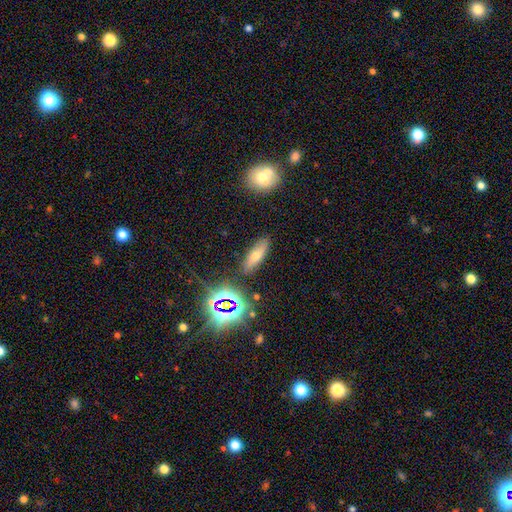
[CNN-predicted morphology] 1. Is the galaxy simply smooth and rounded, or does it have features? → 50% smooth, 26% featured or disk, 24% star or artifact.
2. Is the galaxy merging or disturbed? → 85% none, 9% minor disturbance, 3% merger, 3% major disturbance.